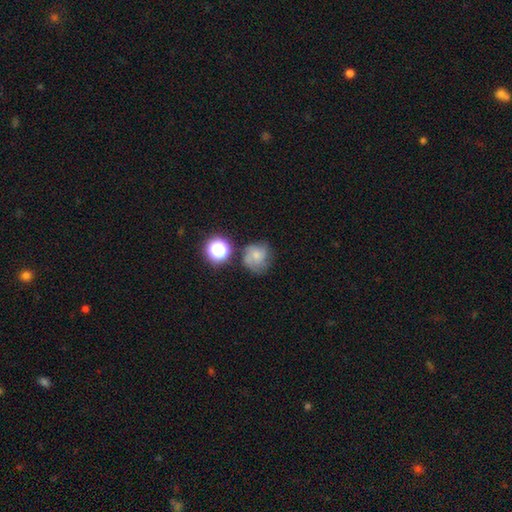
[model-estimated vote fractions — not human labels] smooth 57%, featured or disk 28%, star or artifact 15%. Down the decision tree: how rounded — round (79%); merging — none (55%).